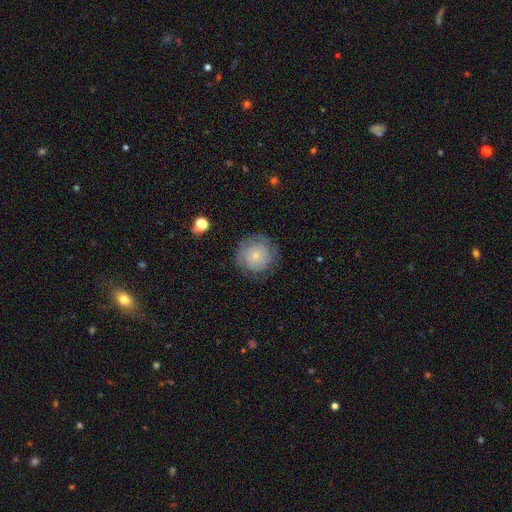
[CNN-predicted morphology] This is possibly a smooth galaxy (52%). How rounded: clearly round (92%). Merging: likely none (76%).